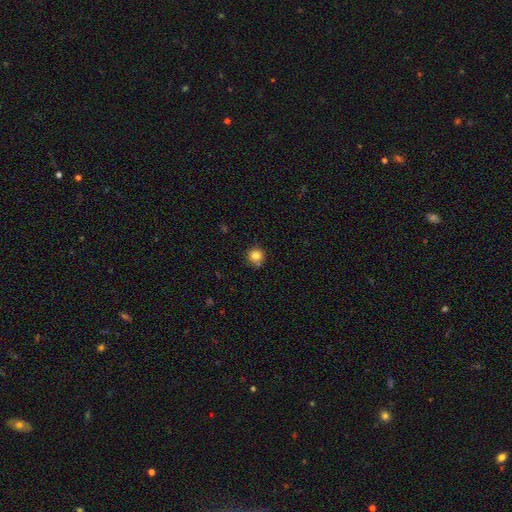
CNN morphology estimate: A smooth galaxy with no disk features (82%) that is round (93%). Merging: none (79%).